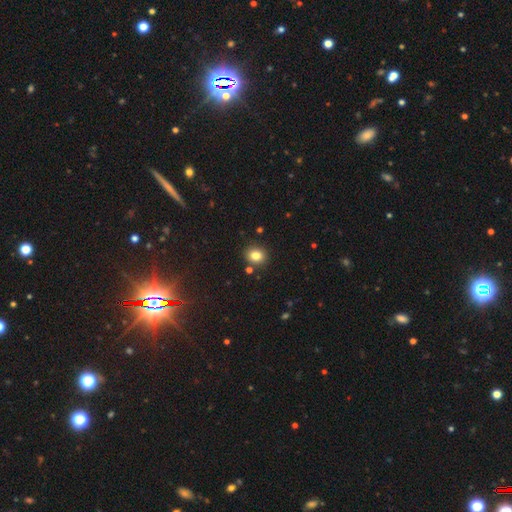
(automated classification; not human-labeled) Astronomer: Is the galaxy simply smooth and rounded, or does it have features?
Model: smooth — 81%.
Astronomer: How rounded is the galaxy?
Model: round — 70%.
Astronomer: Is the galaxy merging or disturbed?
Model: none — 86%.